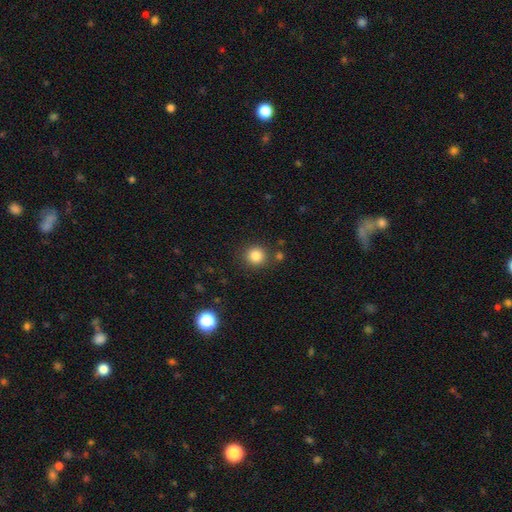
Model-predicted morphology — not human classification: Smooth or featured? smooth (84%)
How rounded? round (91%)
Merging? none (85%)